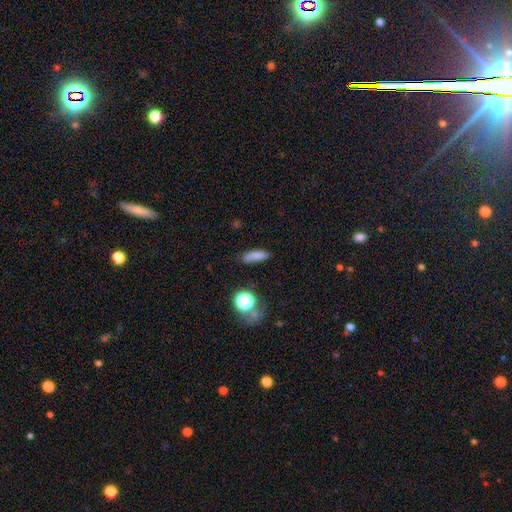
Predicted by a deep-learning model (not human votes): The model was most divided on "how rounded": cigar-shaped: 50%, in between: 43%, round: 7%. More confident: smooth or featured — smooth (76%); merging — none (70%).